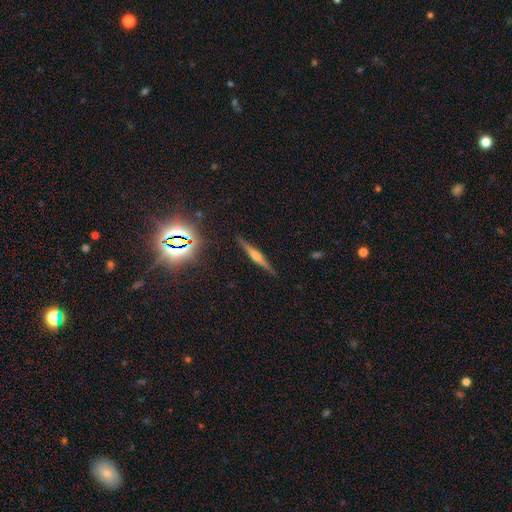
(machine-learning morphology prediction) Overall: featured or disk (65%). Edge-on disk: yes (97%). Edge-on bulge: rounded (77%). Merging: none (89%).